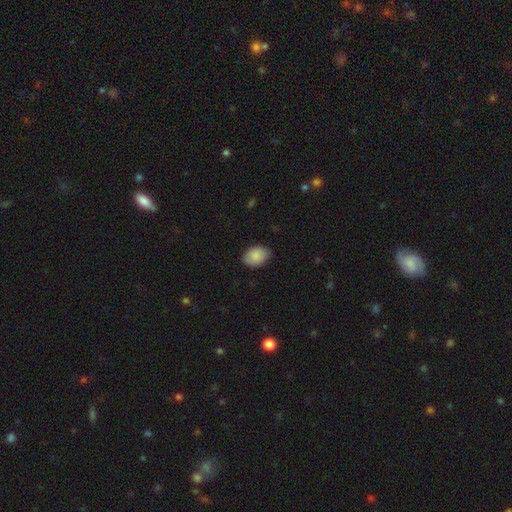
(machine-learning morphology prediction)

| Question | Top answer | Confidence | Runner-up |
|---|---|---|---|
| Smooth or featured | smooth | 89% | star or artifact (6%) |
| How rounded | in between | 79% | round (20%) |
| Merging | none | 82% | minor disturbance (14%) |